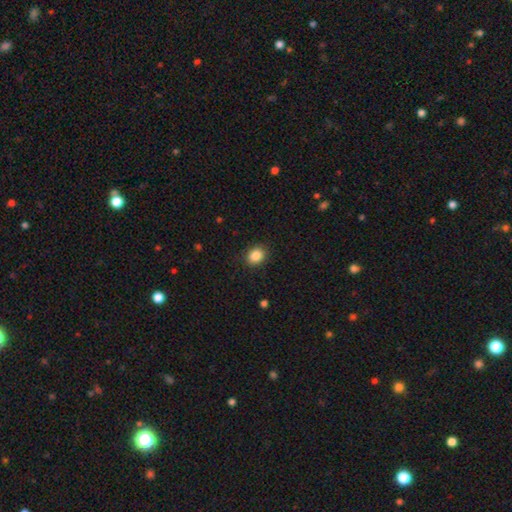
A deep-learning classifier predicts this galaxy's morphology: Q: Smooth or featured?
A: smooth (86%); runner-up: star or artifact (9%)
Q: How rounded?
A: round (55%); runner-up: in between (44%)
Q: Merging?
A: none (89%); runner-up: minor disturbance (8%)